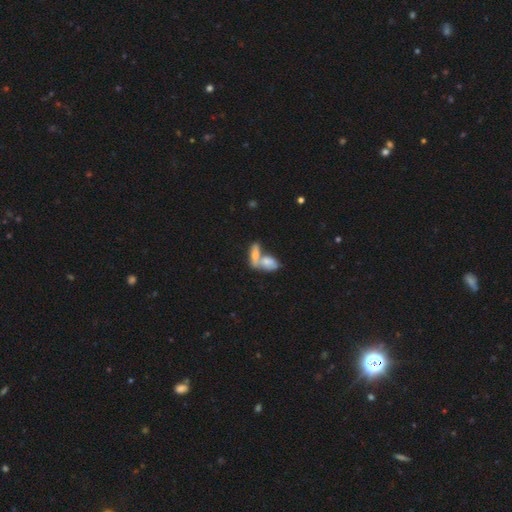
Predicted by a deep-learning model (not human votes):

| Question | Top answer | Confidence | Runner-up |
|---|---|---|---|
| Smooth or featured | smooth | 52% | featured or disk (34%) |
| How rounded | in between | 75% | cigar-shaped (15%) |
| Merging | merger | 67% | none (22%) |